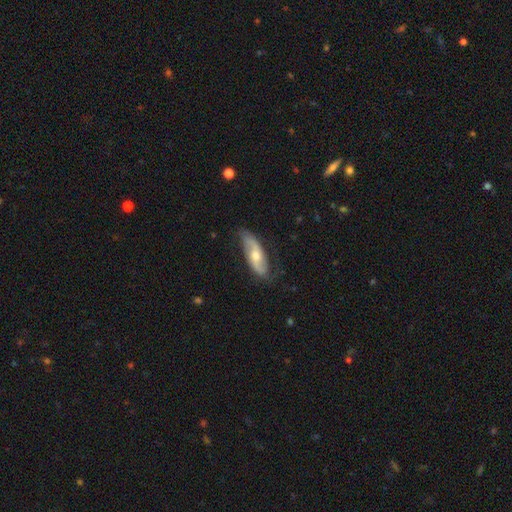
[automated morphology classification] smooth_or_featured: featured or disk (p=0.69) [alt: smooth p=0.25]
disk_edge_on: no (p=0.85) [alt: yes p=0.15]
bar: no (p=0.53) [alt: weak p=0.35]
has_spiral_arms: yes (p=0.89) [alt: no p=0.11]
spiral_winding: loose (p=0.53) [alt: medium p=0.33]
spiral_arm_count: 2 (p=0.87) [alt: can't tell p=0.08]
bulge_size: moderate (p=0.62) [alt: small p=0.32]
merging: none (p=0.71) [alt: minor disturbance p=0.21]